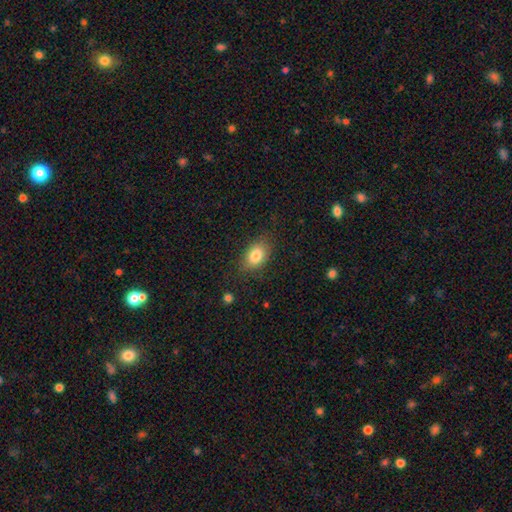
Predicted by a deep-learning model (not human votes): The model was most divided on "merging": none: 80%, minor disturbance: 14%, major disturbance: 4%, merger: 1%. More confident: how rounded — in between (82%); smooth or featured — smooth (82%).